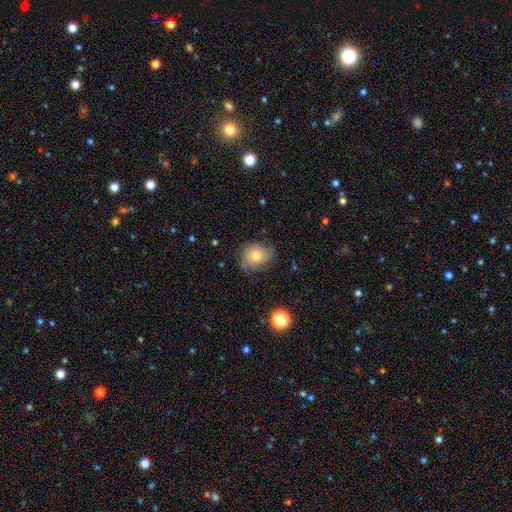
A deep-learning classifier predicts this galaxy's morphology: type=smooth (53%); roundness=round (65%); merging=none (69%).